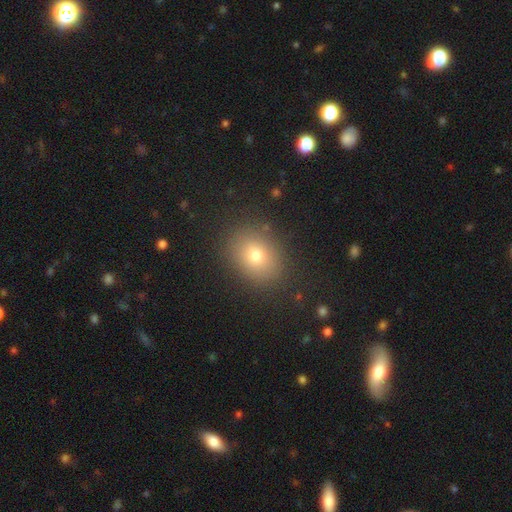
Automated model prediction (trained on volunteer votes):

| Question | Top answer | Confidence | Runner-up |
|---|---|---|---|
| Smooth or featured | smooth | 74% | star or artifact (15%) |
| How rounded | in between | 51% | round (48%) |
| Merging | none | 87% | minor disturbance (9%) |